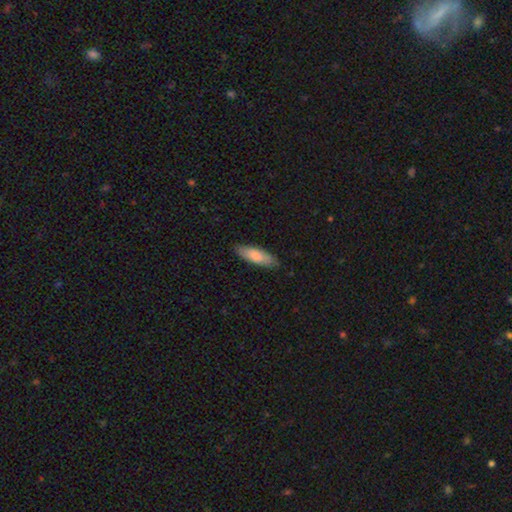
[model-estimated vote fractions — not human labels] This is likely a smooth galaxy (80%). How rounded: possibly in between (54%). Merging: clearly none (84%).